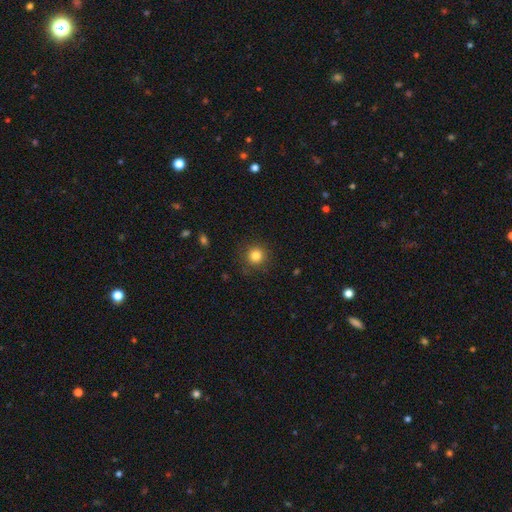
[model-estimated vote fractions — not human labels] Smooth or featured: smooth — 82% (star or artifact — 12%)
How rounded: round — 93% (in between — 6%)
Merging: none — 88% (minor disturbance — 8%)